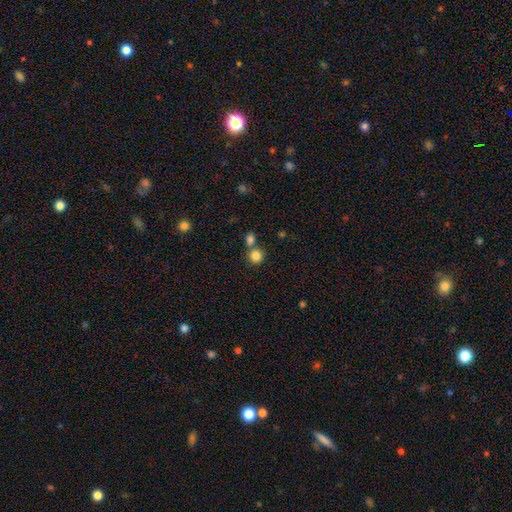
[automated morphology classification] smooth_or_featured: smooth (p=0.84) [alt: star or artifact p=0.10]
how_rounded: round (p=0.90) [alt: in between p=0.09]
merging: none (p=0.60) [alt: merger p=0.29]